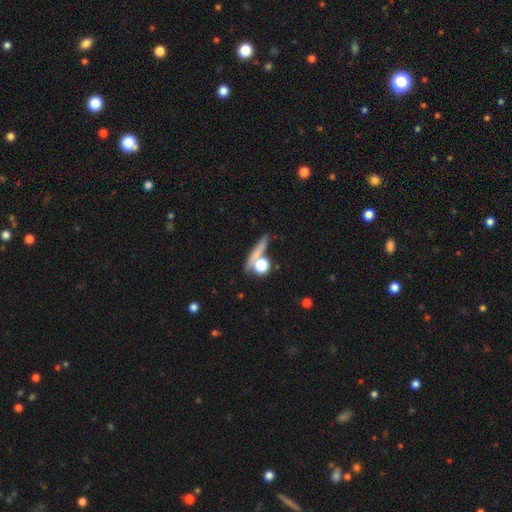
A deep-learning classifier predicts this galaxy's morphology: A smooth galaxy with no disk features (63%) that is round (42%, tied with cigar-shaped).

Vote fractions:
- Smooth or featured? smooth: 63% / featured or disk: 22% / star or artifact: 15%
- How rounded? round: 42% (tied) / cigar-shaped: 42% (tied) / in between: 16%
- Merging? none: 61% / merger: 19% / minor disturbance: 13% / major disturbance: 8%